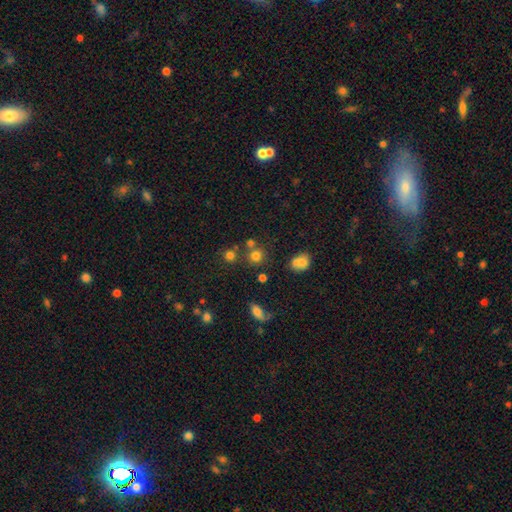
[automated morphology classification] Smooth or featured: smooth — 74% (star or artifact — 17%)
How rounded: round — 88% (in between — 11%)
Merging: none — 68% (merger — 19%)